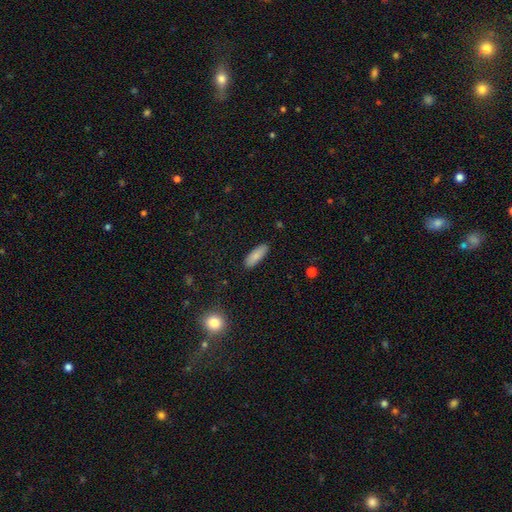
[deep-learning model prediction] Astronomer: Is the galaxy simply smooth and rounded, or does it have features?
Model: smooth — 85%.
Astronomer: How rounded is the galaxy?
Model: in between — 63%.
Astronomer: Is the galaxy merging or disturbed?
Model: none — 88%.